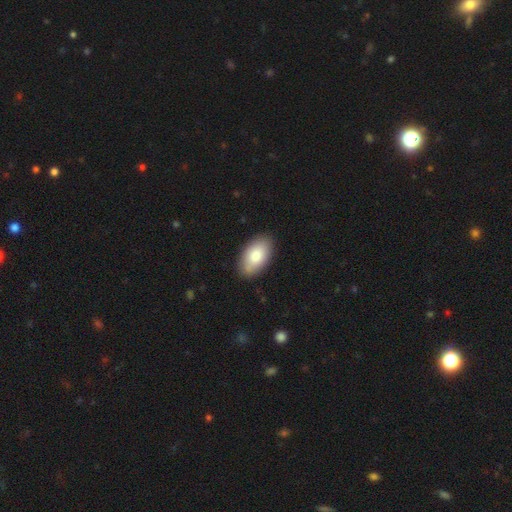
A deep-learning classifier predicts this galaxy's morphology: type=smooth (82%); roundness=in between (95%); merging=none (87%).